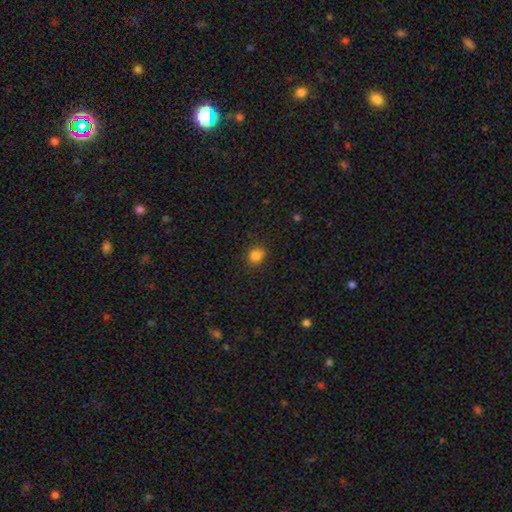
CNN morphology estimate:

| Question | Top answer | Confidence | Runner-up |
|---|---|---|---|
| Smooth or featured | smooth | 83% | star or artifact (13%) |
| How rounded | round | 81% | in between (18%) |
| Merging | none | 84% | minor disturbance (12%) |